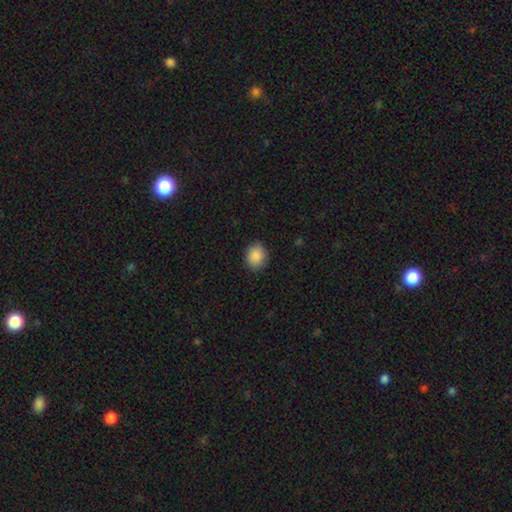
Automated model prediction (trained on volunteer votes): A smooth galaxy with no disk features (89%) that is round (68%). Merging: none (86%).